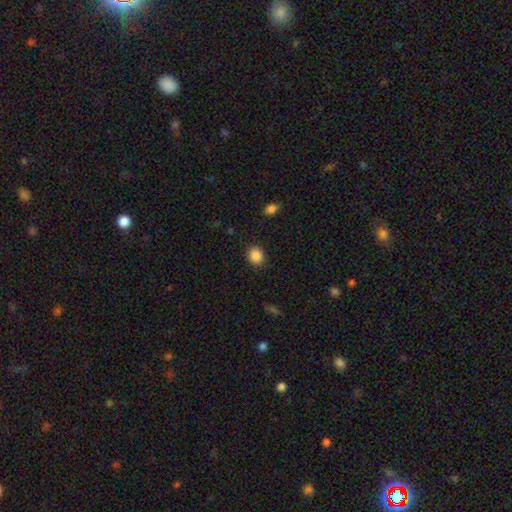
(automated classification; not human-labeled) smooth-or-featured: smooth: 87% | star or artifact: 10% | featured or disk: 3%
  how-rounded: round: 73% | in between: 27% | cigar-shaped: 1%
  merging: none: 88% | minor disturbance: 8% | major disturbance: 3% | merger: 1%